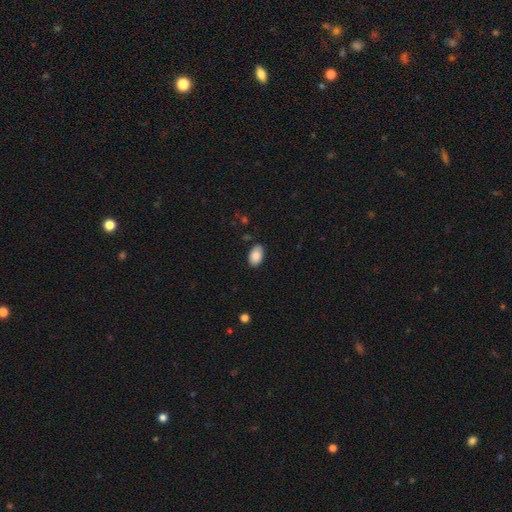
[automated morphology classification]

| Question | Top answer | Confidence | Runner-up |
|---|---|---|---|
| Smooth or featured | smooth | 89% | star or artifact (7%) |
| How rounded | in between | 93% | round (6%) |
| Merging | none | 86% | minor disturbance (11%) |